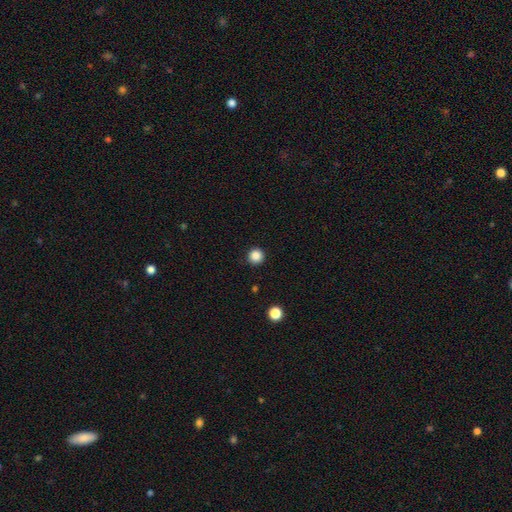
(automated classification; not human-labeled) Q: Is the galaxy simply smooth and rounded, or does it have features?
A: smooth — 86%.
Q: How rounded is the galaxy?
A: round — 96%.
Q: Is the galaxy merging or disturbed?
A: none — 92%.